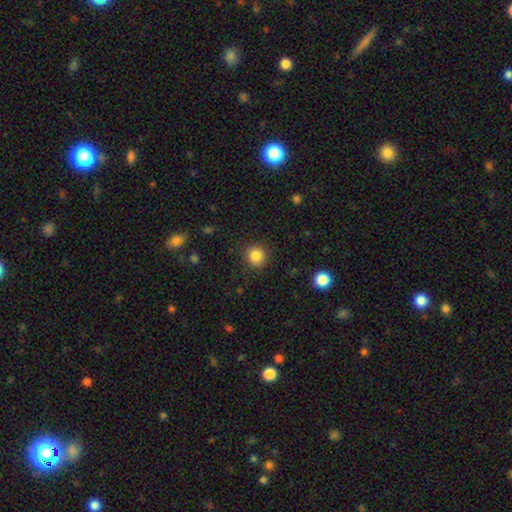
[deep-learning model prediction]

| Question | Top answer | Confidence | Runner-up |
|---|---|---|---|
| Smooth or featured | smooth | 85% | star or artifact (10%) |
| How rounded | round | 91% | in between (8%) |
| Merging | none | 89% | minor disturbance (7%) |